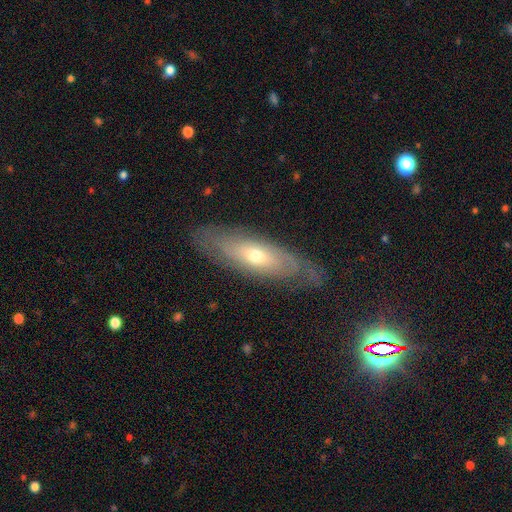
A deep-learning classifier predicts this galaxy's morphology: featured or disk 61%, smooth 33%, star or artifact 6%. Down the decision tree: edge-on disk — no (70%); merging — none (74%).